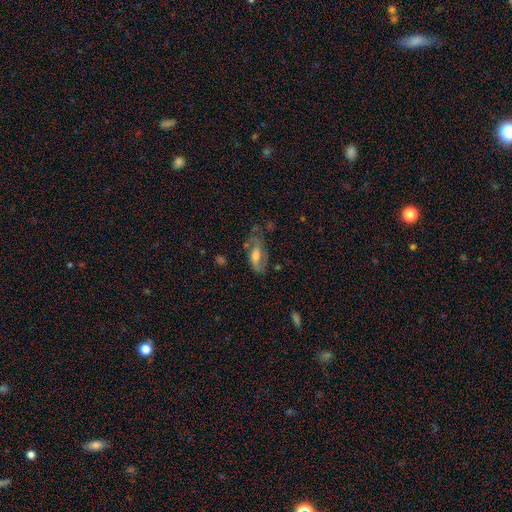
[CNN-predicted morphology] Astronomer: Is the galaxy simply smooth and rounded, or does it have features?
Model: featured or disk — 57% (runner-up: smooth, 34%).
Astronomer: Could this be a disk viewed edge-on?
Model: no — 86%.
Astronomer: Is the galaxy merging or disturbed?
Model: none — 50% (runner-up: minor disturbance, 27%).